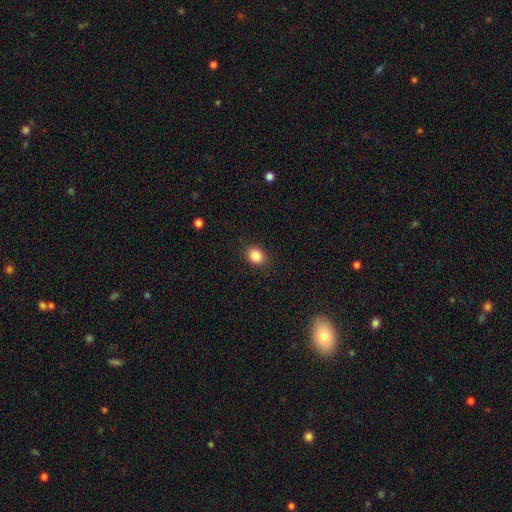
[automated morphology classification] A smooth galaxy with no disk features (86%) that is round (55%). Merging: none (88%).